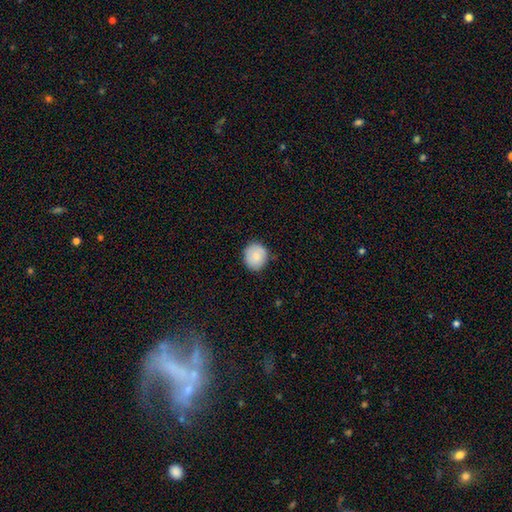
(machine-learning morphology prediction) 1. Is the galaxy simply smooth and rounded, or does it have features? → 83% smooth, 10% featured or disk, 7% star or artifact.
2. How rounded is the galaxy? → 83% round, 17% in between, 1% cigar-shaped.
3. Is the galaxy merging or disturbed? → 83% none, 14% minor disturbance, 2% major disturbance, 1% merger.